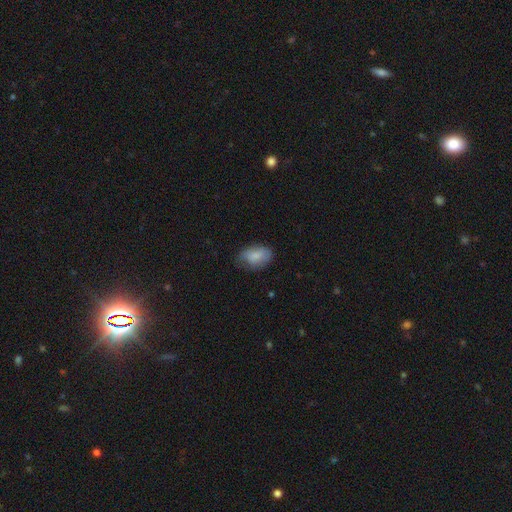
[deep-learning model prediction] Overall: smooth (78%). How rounded: in between (89%). Merging: none (57%; minor disturbance 32%).